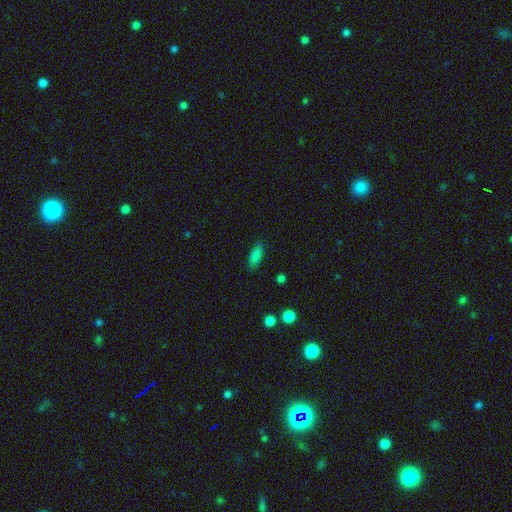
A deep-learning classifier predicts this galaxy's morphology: Smooth or featured: smooth — 85% (star or artifact — 10%)
How rounded: in between — 80% (cigar-shaped — 17%)
Merging: none — 85% (minor disturbance — 11%)